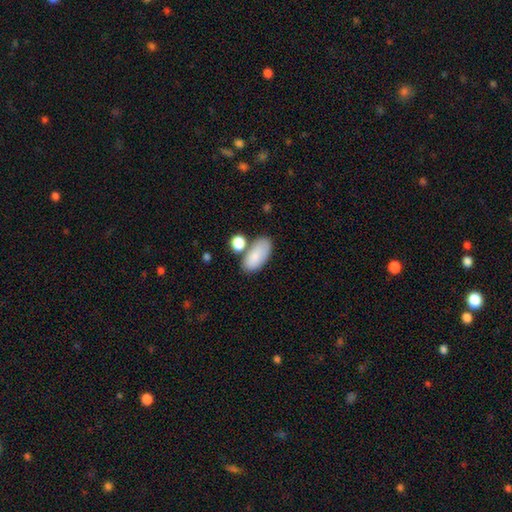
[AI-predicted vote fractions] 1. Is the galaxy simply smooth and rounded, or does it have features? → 83% smooth, 11% featured or disk, 6% star or artifact.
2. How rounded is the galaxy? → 92% in between, 4% cigar-shaped, 3% round.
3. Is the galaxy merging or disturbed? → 58% none, 20% merger, 17% minor disturbance, 5% major disturbance.